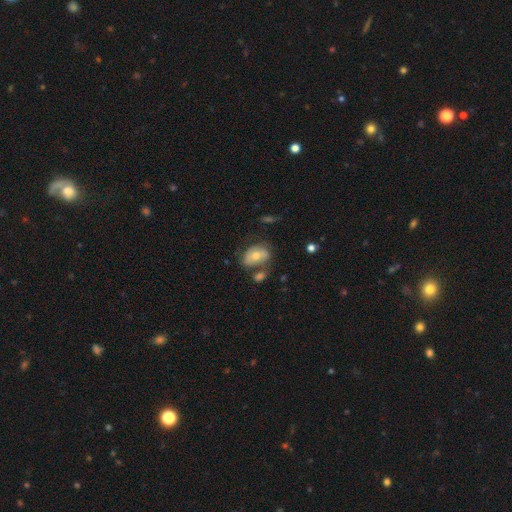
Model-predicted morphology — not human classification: Smooth or featured? smooth (55%)
How rounded? in between (79%)
Merging? none (52%)